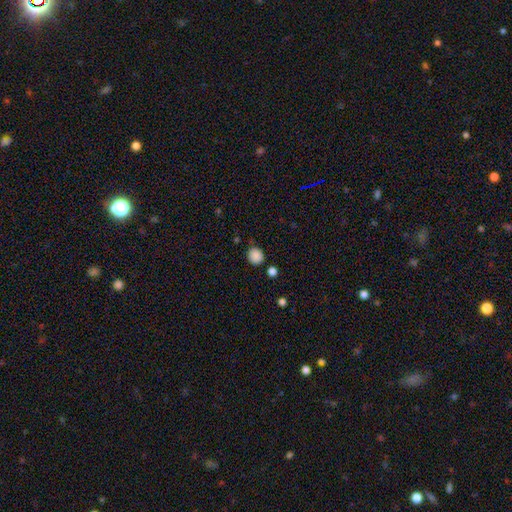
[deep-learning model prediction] Overall: smooth (87%). How rounded: round (81%). Merging: none (80%).